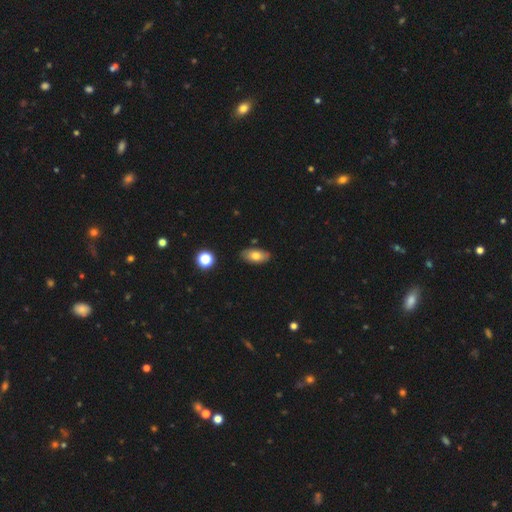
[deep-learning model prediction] Smooth or featured? Predicted: smooth (p=0.74). How rounded? Predicted: in between (p=0.90). Merging? Predicted: none (p=0.85).